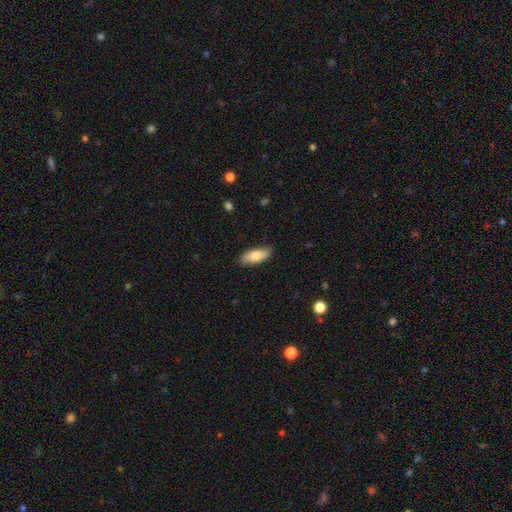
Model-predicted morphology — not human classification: This appears to be a smooth galaxy with no disk features (80%) that is in between round and cigar-shaped (72%). Merging: none (84%).